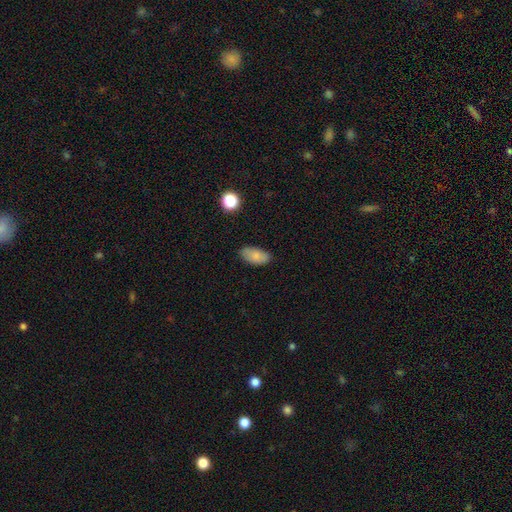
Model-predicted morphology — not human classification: A smooth galaxy with no disk features (83%) that is in between round and cigar-shaped (93%).

Vote fractions:
- Smooth or featured? smooth: 83% / featured or disk: 9% / star or artifact: 8%
- How rounded? in between: 93% / round: 4% / cigar-shaped: 3%
- Merging? none: 81% / minor disturbance: 14% / major disturbance: 3% / merger: 1%